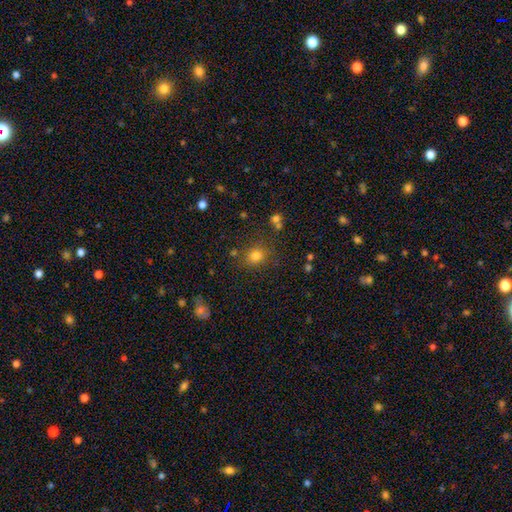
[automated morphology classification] A smooth galaxy with no disk features (77%) that is round (74%).

Vote fractions:
- Smooth or featured? smooth: 77% / star or artifact: 16% / featured or disk: 7%
- How rounded? round: 74% / in between: 25% / cigar-shaped: 1%
- Merging? none: 78% / minor disturbance: 12% / merger: 6% / major disturbance: 5%